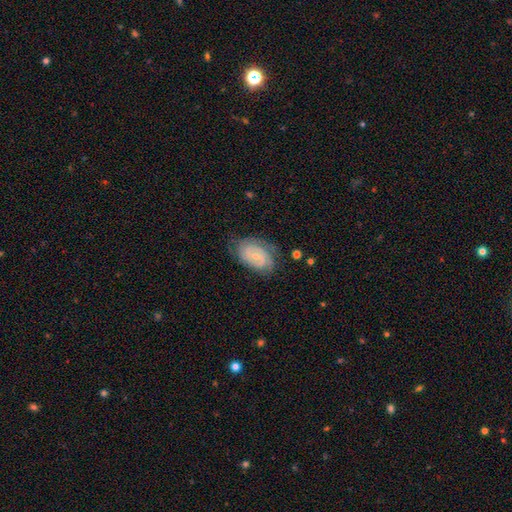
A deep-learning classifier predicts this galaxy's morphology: A featured or disk galaxy (79%) with no bar (56%), 2 (46%) tight (64%) spiral arms (94%) and a small central bulge (74%). Merging: none (69%).